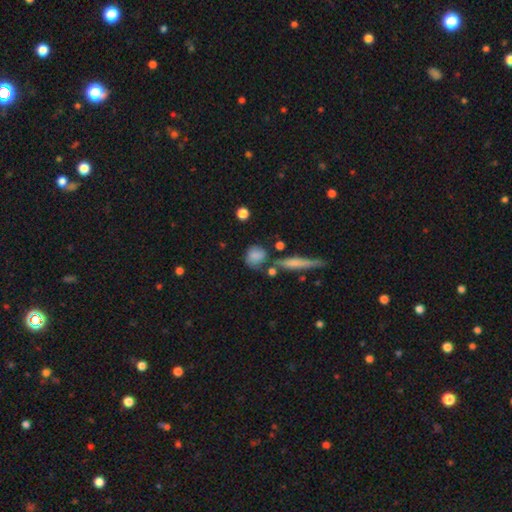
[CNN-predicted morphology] This is likely a smooth galaxy (76%). How rounded: likely round (72%). Merging: possibly none (56%).